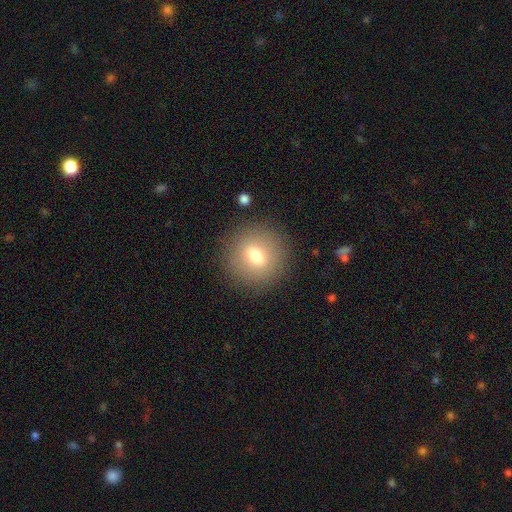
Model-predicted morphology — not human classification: smooth_or_featured: smooth (p=0.72) [alt: featured or disk p=0.17]
how_rounded: round (p=0.90) [alt: in between p=0.09]
merging: none (p=0.88) [alt: minor disturbance p=0.07]